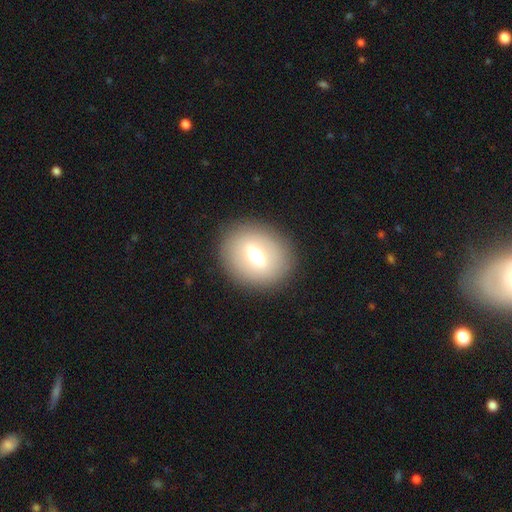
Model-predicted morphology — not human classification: Smooth or featured: smooth — 58% (featured or disk — 32%)
How rounded: round — 65% (in between — 34%)
Merging: none — 87% (minor disturbance — 8%)